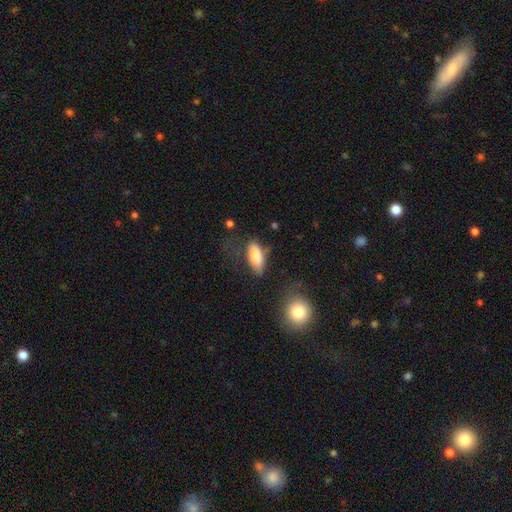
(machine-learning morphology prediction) The model was most divided on "merging": none: 52%, minor disturbance: 27%, major disturbance: 16%, merger: 5%. More confident: how rounded — in between (83%); smooth or featured — smooth (83%).